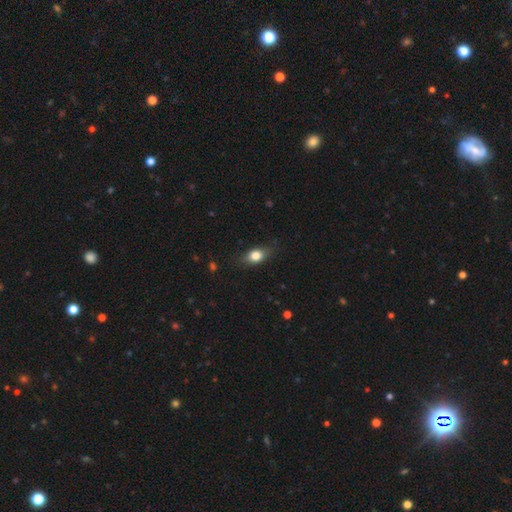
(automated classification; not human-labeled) Smooth or featured? smooth (77%)
How rounded? in between (75%)
Merging? none (78%)